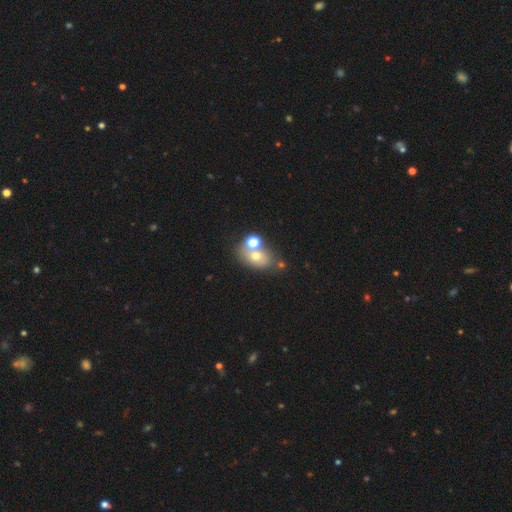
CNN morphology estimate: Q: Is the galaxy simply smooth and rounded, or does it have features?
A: smooth — 63%.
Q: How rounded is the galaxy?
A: in between — 65%.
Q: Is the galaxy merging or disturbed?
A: none — 53%.